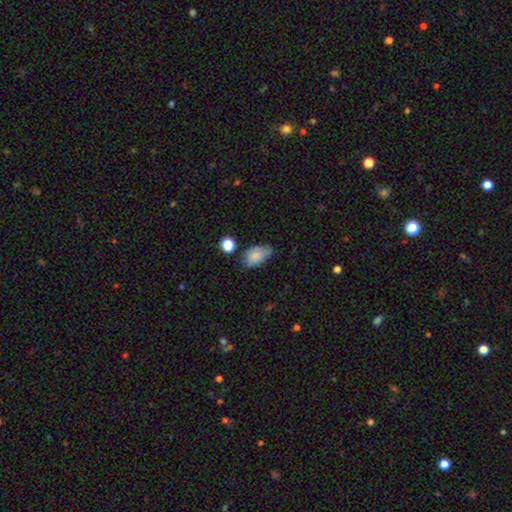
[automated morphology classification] A smooth galaxy with no disk features (79%) that is in between round and cigar-shaped (89%). Merging: none (50%).